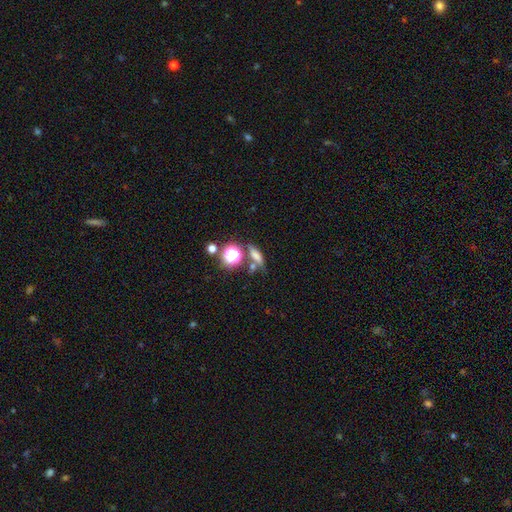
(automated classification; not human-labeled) A smooth galaxy with no disk features (63%) that is in between round and cigar-shaped (43%).

Vote fractions:
- Smooth or featured? smooth: 63% / star or artifact: 23% / featured or disk: 14%
- How rounded? in between: 43% / cigar-shaped: 36% / round: 21%
- Merging? none: 59% / merger: 19% / minor disturbance: 14% / major disturbance: 7%